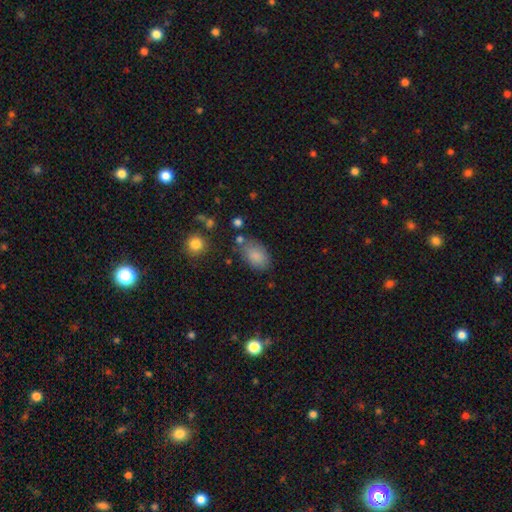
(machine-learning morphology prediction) smooth-or-featured: smooth: 85% | star or artifact: 8% | featured or disk: 6%
  how-rounded: in between: 88% | round: 10% | cigar-shaped: 1%
  merging: none: 67% | minor disturbance: 20% | merger: 6% | major disturbance: 6%